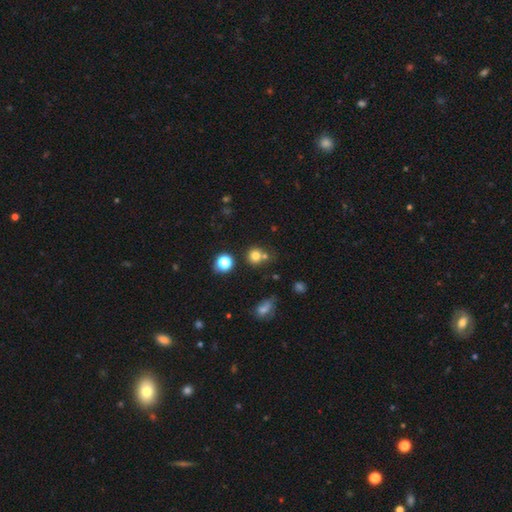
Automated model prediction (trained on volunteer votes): Morphology: type=smooth (75%); roundness=round (87%); merging=none (61%).